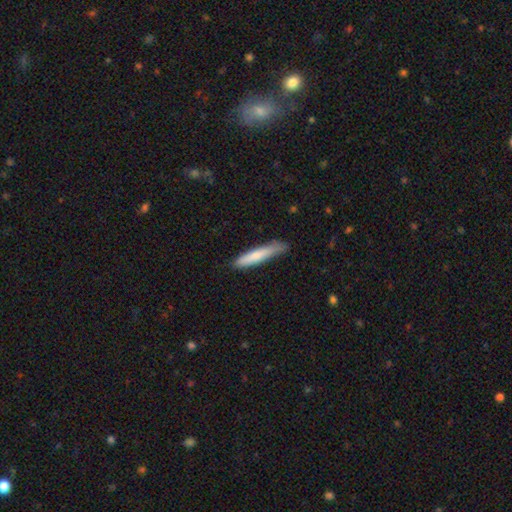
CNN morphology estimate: The model was most divided on "smooth or featured": smooth: 76%, featured or disk: 19%, star or artifact: 5%. More confident: how rounded — cigar-shaped (91%); merging — none (78%).